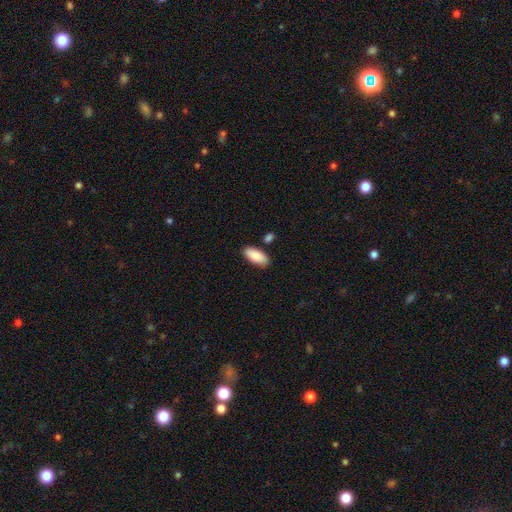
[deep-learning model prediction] A smooth galaxy with no disk features (88%) that is in between round and cigar-shaped (88%). Merging: none (82%).